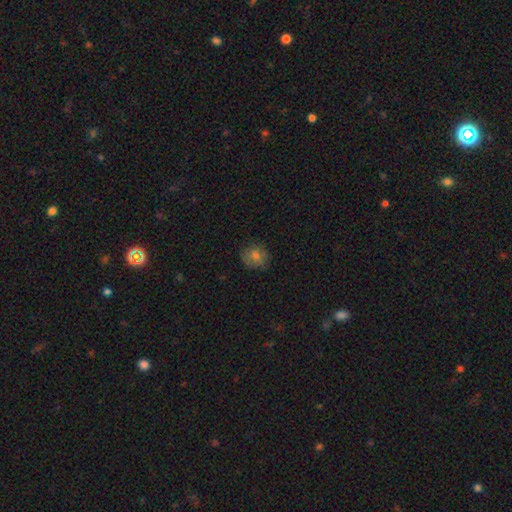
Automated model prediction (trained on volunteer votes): Smooth or featured? Predicted: smooth (p=0.71). How rounded? Predicted: round (p=0.81). Merging? Predicted: none (p=0.79).